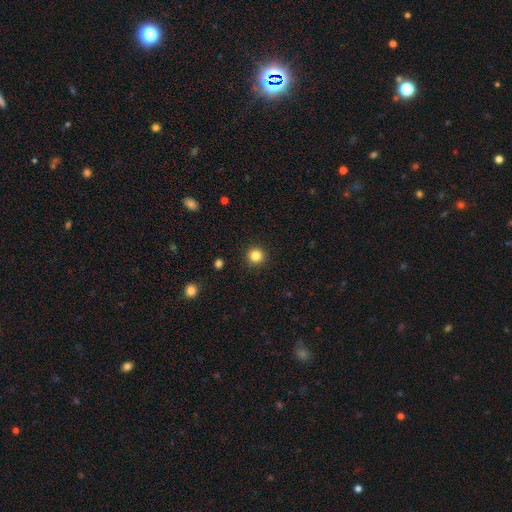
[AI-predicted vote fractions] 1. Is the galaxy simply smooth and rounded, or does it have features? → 84% smooth, 12% star or artifact, 4% featured or disk.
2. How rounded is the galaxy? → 95% round, 4% in between, 1% cigar-shaped.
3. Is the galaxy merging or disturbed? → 92% none, 5% minor disturbance, 2% major disturbance, 1% merger.